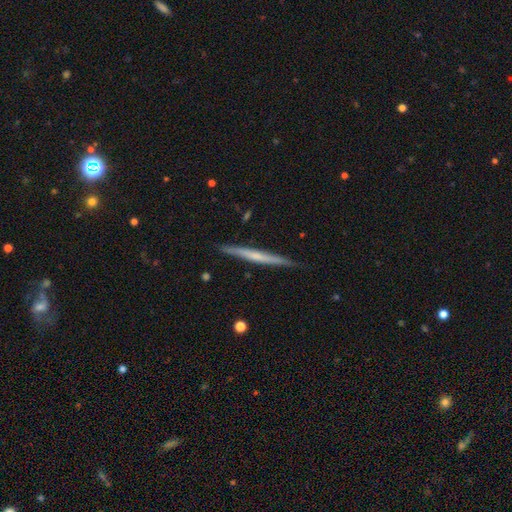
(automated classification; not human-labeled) Morphology: type=featured or disk (53%); edge-on=yes (97%); edge-on bulge=none (75%); merging=none (89%).